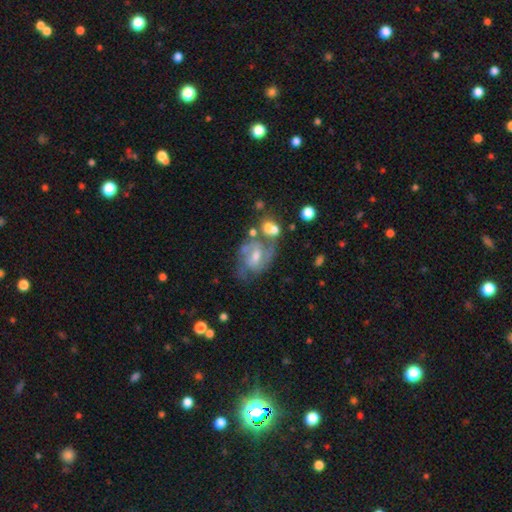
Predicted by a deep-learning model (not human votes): The model was most divided on "smooth or featured": featured or disk: 45%, smooth: 28%, star or artifact: 27%. More confident: merging — none (55%).